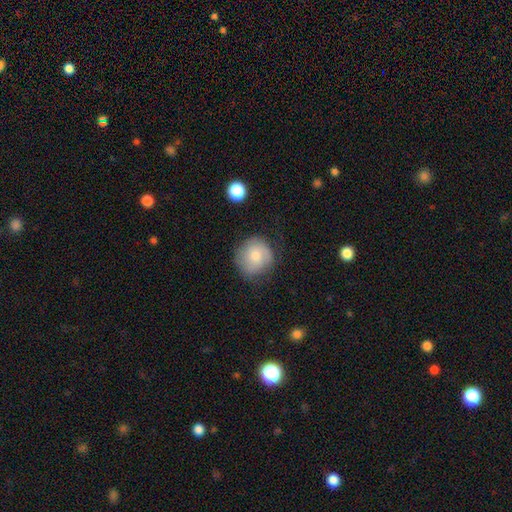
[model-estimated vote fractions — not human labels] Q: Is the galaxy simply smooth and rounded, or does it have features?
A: smooth — 72%.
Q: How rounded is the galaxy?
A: round — 90%.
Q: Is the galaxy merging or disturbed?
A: none — 66%.